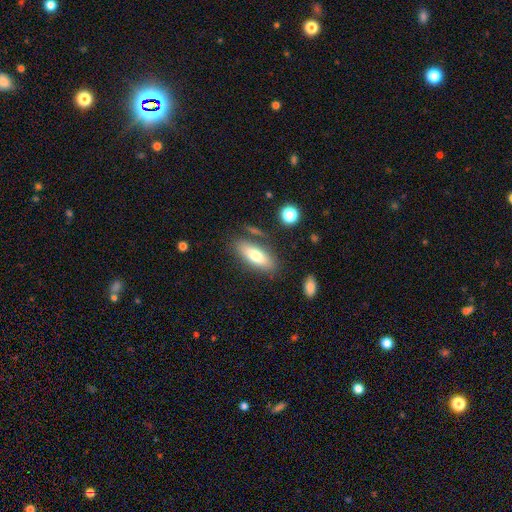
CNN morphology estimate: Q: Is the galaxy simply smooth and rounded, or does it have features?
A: smooth — 73%.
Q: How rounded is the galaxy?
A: in between — 69%.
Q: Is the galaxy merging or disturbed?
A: none — 76%.